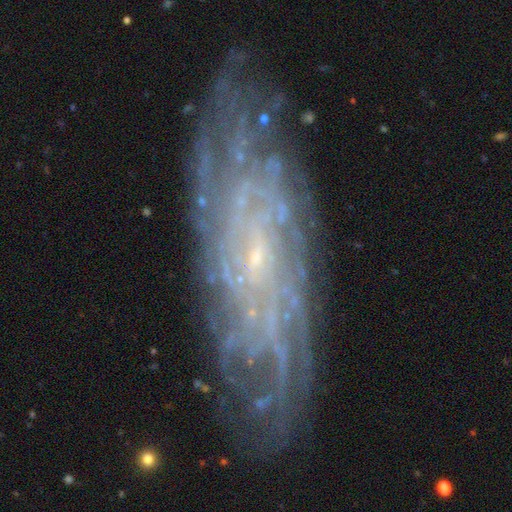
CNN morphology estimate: Smooth or featured: featured or disk — 84% (smooth — 8%)
Edge-on disk: no — 87% (yes — 13%)
Bar: no — 59% (weak — 32%)
Spiral arms: yes — 95% (no — 5%)
Spiral winding: tight — 74% (medium — 20%)
Spiral arm count: can't tell — 43% (more than 4 — 21%)
Bulge size: small — 84% (moderate — 9%)
Merging: none — 81% (minor disturbance — 13%)